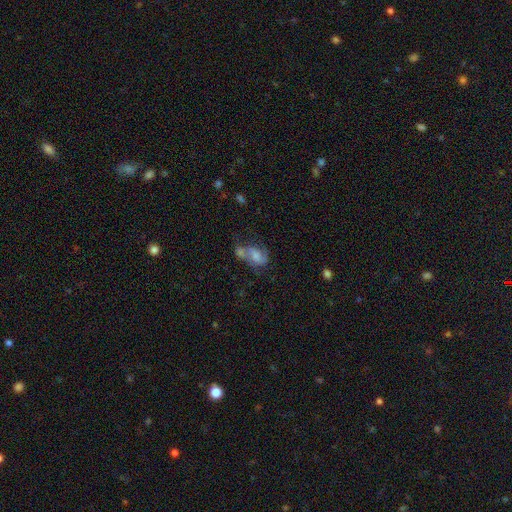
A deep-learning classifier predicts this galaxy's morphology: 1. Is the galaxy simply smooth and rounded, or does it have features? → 50% featured or disk, 40% smooth, 10% star or artifact.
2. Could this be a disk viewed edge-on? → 96% no, 4% yes.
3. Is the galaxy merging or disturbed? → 46% merger, 24% none, 15% major disturbance, 15% minor disturbance.